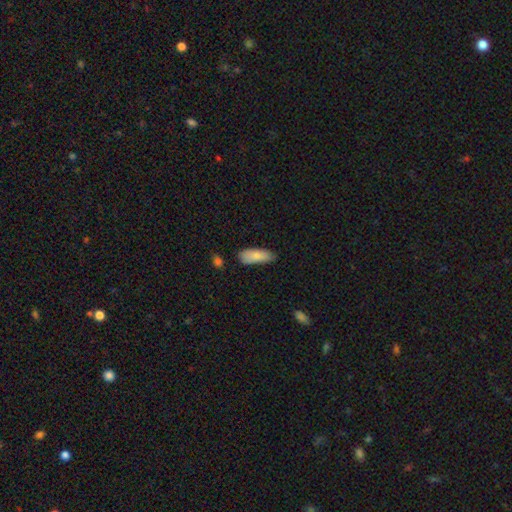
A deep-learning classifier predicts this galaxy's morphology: The model was most divided on "merging": none: 65%, minor disturbance: 28%, major disturbance: 5%, merger: 3%. More confident: smooth or featured — smooth (84%); how rounded — in between (73%).